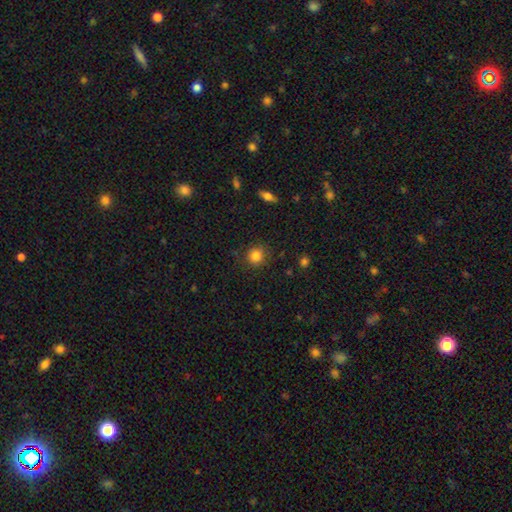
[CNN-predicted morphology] type=smooth (84%); roundness=round (88%); merging=none (84%).